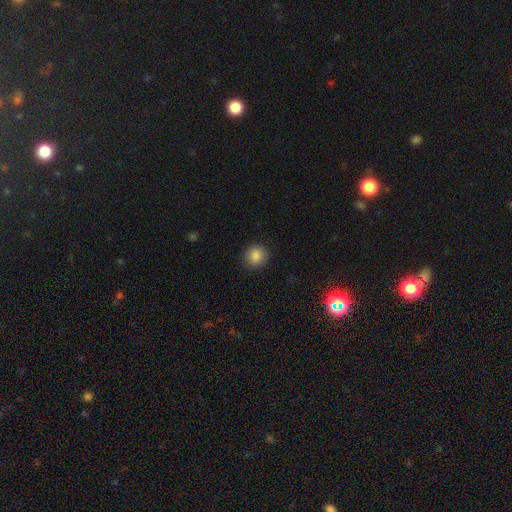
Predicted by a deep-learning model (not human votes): Smooth or featured: smooth — 86% (star or artifact — 10%)
How rounded: round — 86% (in between — 13%)
Merging: none — 90% (minor disturbance — 7%)